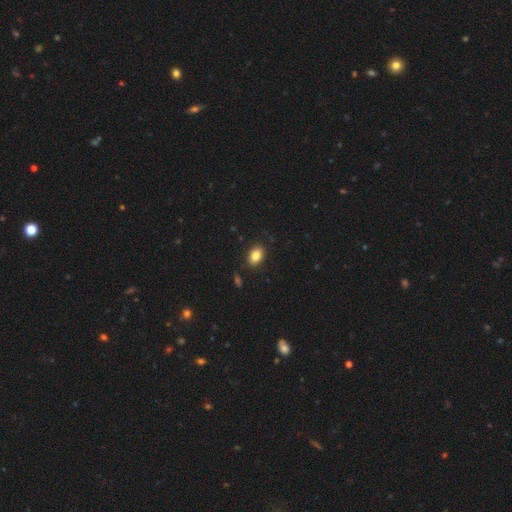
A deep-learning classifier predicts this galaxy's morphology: This is clearly a smooth galaxy (84%). How rounded: likely in between (79%). Merging: clearly none (86%).